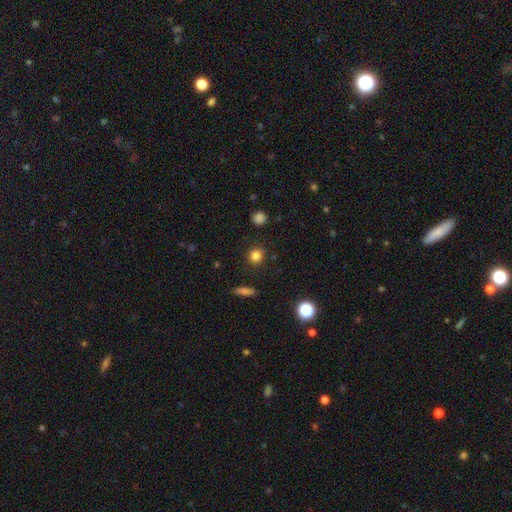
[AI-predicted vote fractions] Overall: smooth (82%). How rounded: round (86%). Merging: none (89%).